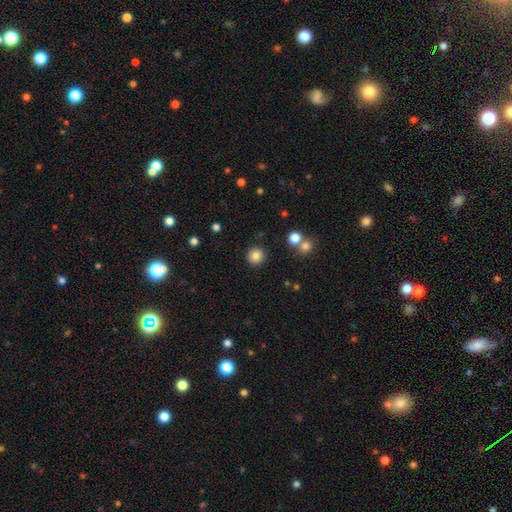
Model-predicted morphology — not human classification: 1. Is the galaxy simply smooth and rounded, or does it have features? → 84% smooth, 11% star or artifact, 5% featured or disk.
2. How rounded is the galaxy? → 93% round, 6% in between, 1% cigar-shaped.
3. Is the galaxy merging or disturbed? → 89% none, 6% minor disturbance, 3% merger, 2% major disturbance.